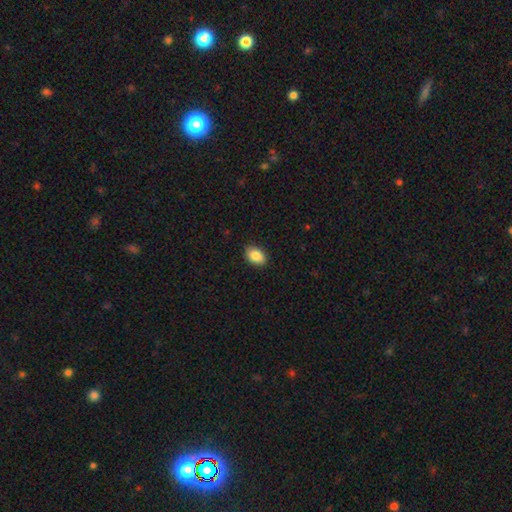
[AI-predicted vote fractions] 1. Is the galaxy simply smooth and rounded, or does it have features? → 88% smooth, 7% star or artifact, 4% featured or disk.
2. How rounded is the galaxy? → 84% in between, 15% round, 1% cigar-shaped.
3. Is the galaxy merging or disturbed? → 89% none, 8% minor disturbance, 2% major disturbance, 1% merger.